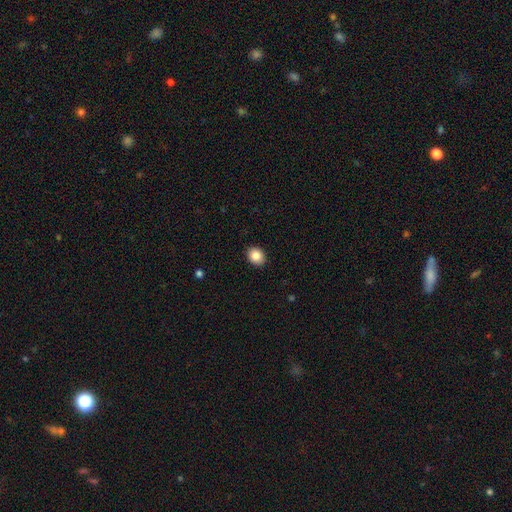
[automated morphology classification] A smooth galaxy with no disk features (86%) that is round (52%). Merging: none (91%).